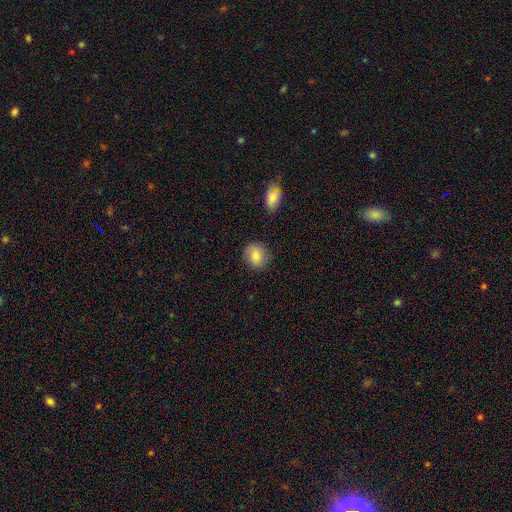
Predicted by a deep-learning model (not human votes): Q: Smooth or featured?
A: smooth (82%); runner-up: featured or disk (10%)
Q: How rounded?
A: round (74%); runner-up: in between (25%)
Q: Merging?
A: none (82%); runner-up: minor disturbance (13%)